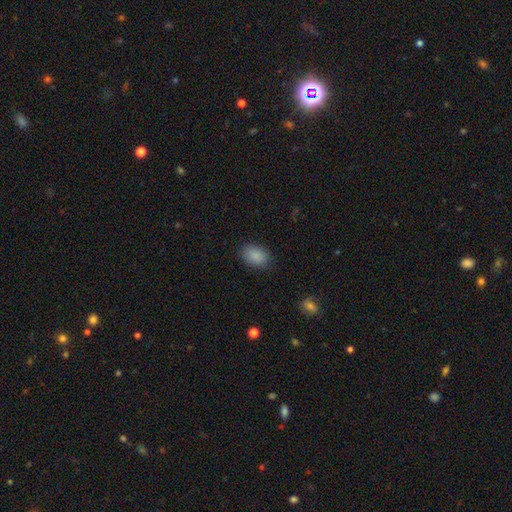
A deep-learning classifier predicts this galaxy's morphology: This is clearly a smooth galaxy (88%). How rounded: clearly in between (84%). Merging: clearly none (85%).